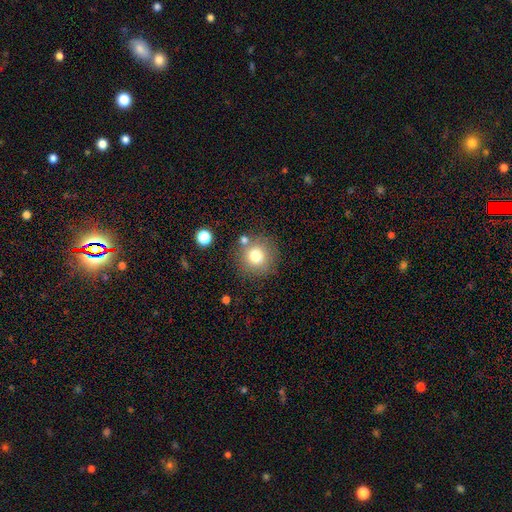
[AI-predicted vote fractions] Smooth or featured? smooth (77%)
How rounded? round (93%)
Merging? none (77%)